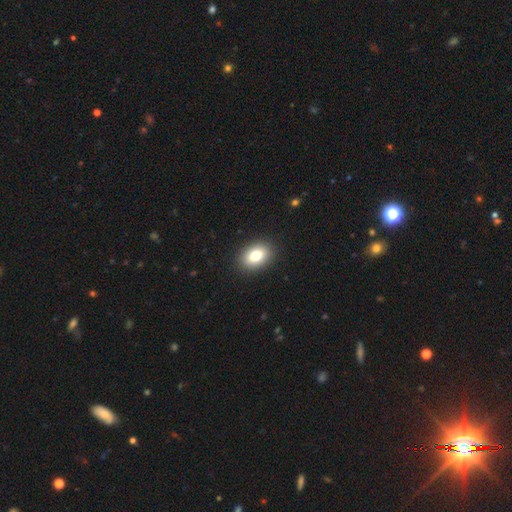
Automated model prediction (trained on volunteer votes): Q: Smooth or featured?
A: smooth (81%); runner-up: featured or disk (11%)
Q: How rounded?
A: in between (81%); runner-up: round (18%)
Q: Merging?
A: none (90%); runner-up: minor disturbance (7%)